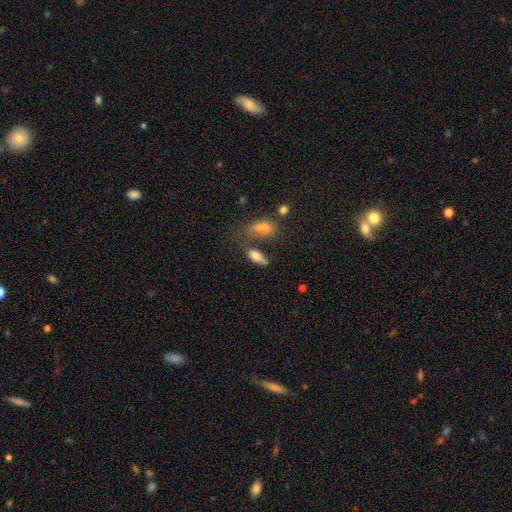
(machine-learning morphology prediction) Smooth or featured? Predicted: smooth (p=0.80). How rounded? Predicted: in between (p=0.83). Merging? Predicted: none (p=0.44).